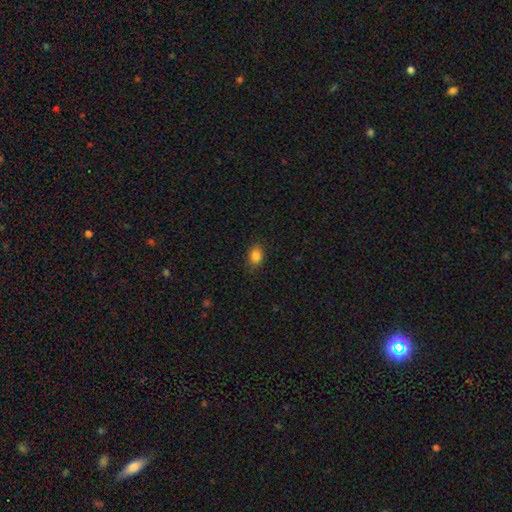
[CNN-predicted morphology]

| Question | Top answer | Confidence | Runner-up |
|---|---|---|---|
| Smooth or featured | smooth | 85% | star or artifact (10%) |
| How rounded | in between | 66% | round (32%) |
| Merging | none | 84% | minor disturbance (12%) |